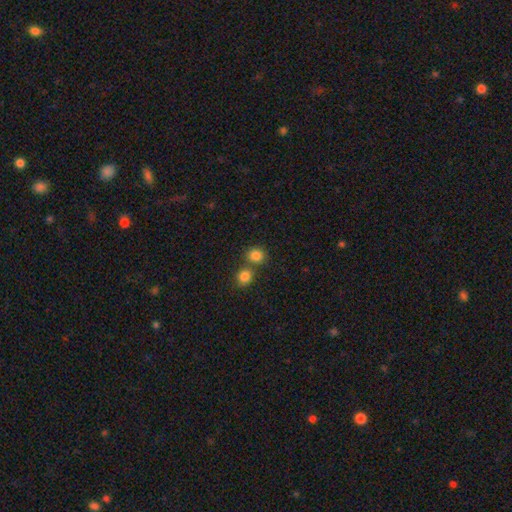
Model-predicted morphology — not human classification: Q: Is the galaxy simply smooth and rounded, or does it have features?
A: smooth — 83%.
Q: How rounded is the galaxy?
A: round — 79%.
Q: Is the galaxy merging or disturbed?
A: none — 59%.